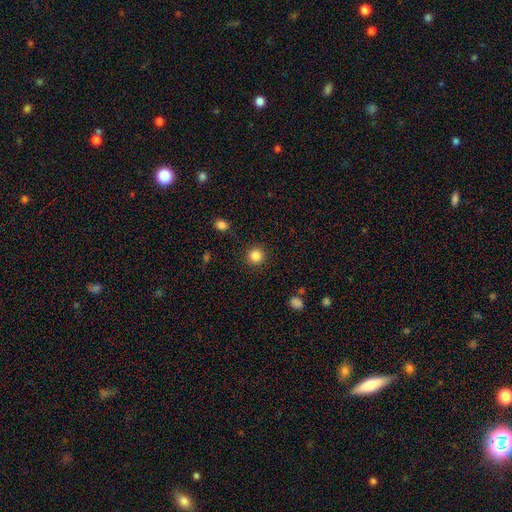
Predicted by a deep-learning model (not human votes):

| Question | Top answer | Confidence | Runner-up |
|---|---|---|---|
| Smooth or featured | smooth | 85% | star or artifact (11%) |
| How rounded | round | 94% | in between (5%) |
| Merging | none | 90% | minor disturbance (6%) |